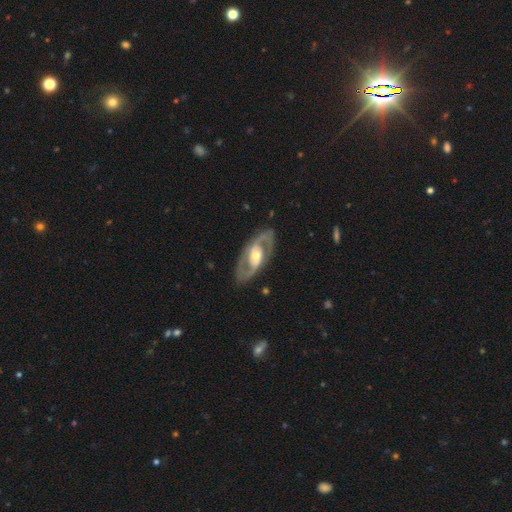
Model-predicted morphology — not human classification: smooth-or-featured: featured or disk: 85% | smooth: 11% | star or artifact: 4%
  disk-edge-on: no: 93% | yes: 7%
    bar: no: 42% | weak: 34% | strong: 24%
    has-spiral-arms: yes: 85% | no: 15%
      spiral-winding: medium: 54% | tight: 27% | loose: 19%
      spiral-arm-count: 2: 89% | can't tell: 5% | 1: 2% | 3: 1% | 4: 1% | more than 4: 1%
    bulge-size: moderate: 67% | small: 18% | large: 13% | dominant: 1% | none: 1%
  merging: none: 84% | minor disturbance: 11% | major disturbance: 5% | merger: 1%